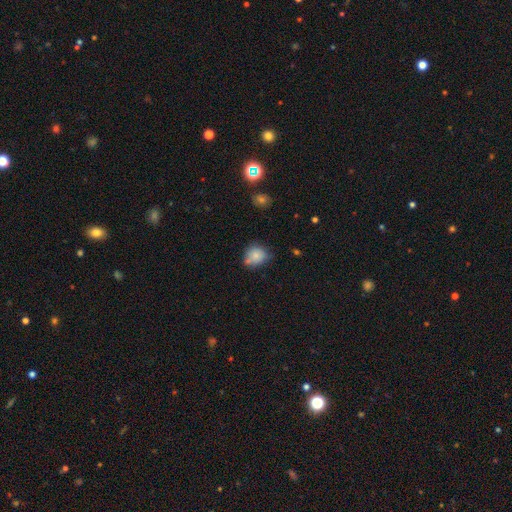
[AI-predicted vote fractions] smooth-or-featured: smooth: 80% | star or artifact: 10% | featured or disk: 10%
  how-rounded: round: 68% | in between: 31% | cigar-shaped: 1%
  merging: none: 56% | minor disturbance: 28% | merger: 10% | major disturbance: 6%